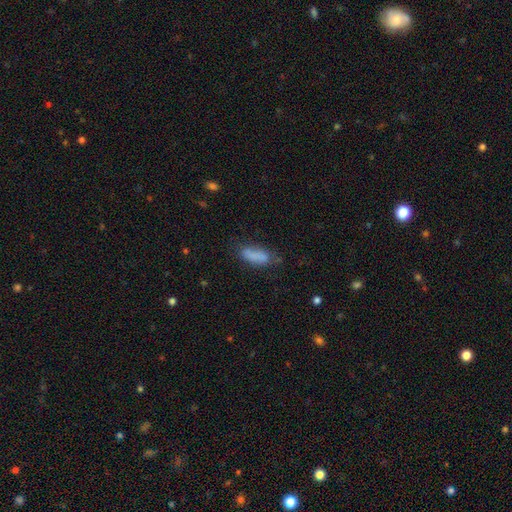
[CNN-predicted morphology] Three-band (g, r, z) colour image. It shows a smooth galaxy with no disk features (78%) that is in between round and cigar-shaped (72%). Merging: none (57%).